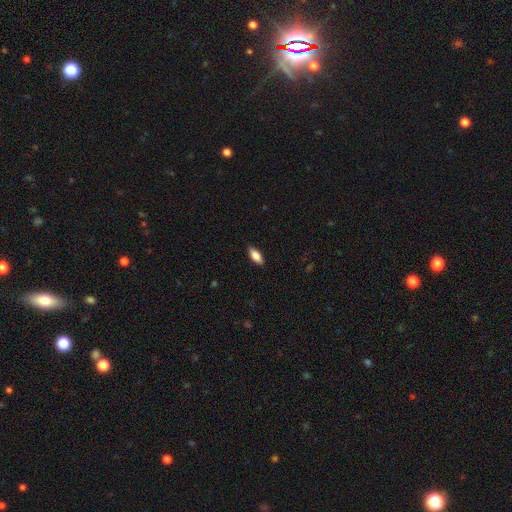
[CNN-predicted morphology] Q: Smooth or featured?
A: smooth (82%); runner-up: featured or disk (11%)
Q: How rounded?
A: in between (84%); runner-up: cigar-shaped (14%)
Q: Merging?
A: none (88%); runner-up: minor disturbance (9%)